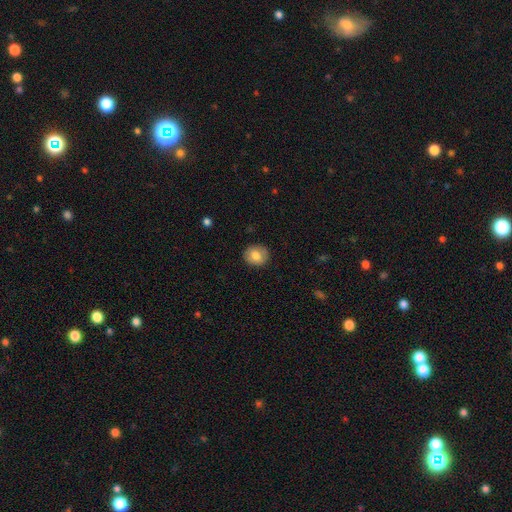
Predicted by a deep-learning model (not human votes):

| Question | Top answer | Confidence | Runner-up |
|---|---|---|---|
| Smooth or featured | smooth | 76% | featured or disk (16%) |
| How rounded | round | 81% | in between (18%) |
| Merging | none | 88% | minor disturbance (9%) |